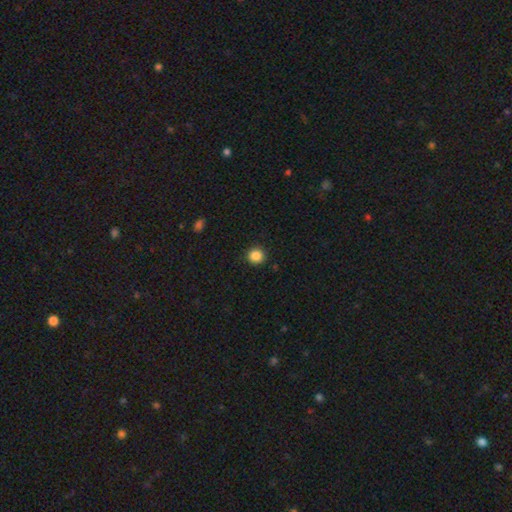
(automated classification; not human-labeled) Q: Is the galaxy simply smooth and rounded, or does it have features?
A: smooth — 86%.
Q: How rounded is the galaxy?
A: round — 92%.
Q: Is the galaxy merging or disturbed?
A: none — 92%.